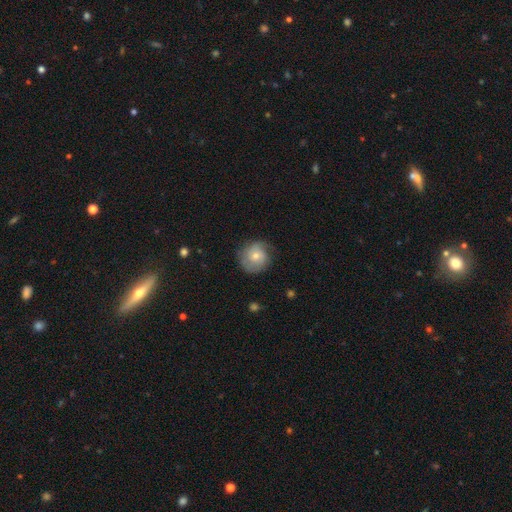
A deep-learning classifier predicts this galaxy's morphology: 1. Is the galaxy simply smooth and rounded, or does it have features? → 50% smooth, 43% featured or disk, 7% star or artifact.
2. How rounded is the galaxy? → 87% round, 12% in between, 1% cigar-shaped.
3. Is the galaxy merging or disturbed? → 70% none, 22% minor disturbance, 7% major disturbance, 1% merger.